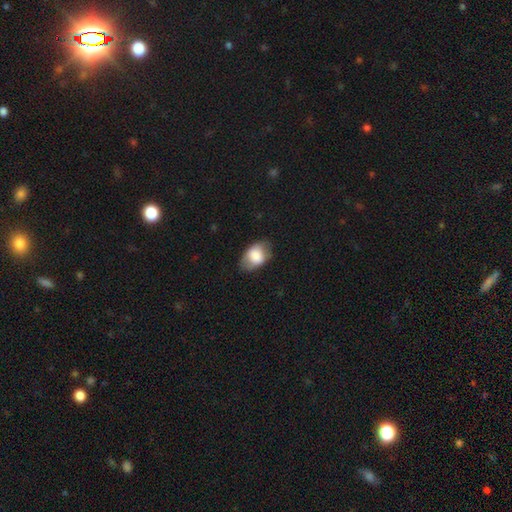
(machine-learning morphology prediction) The model was most divided on "merging": none: 74%, minor disturbance: 19%, major disturbance: 6%, merger: 1%. More confident: how rounded — in between (87%); smooth or featured — smooth (74%).